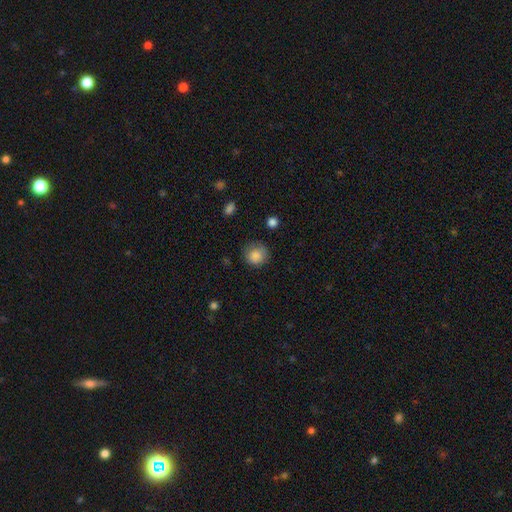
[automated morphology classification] This appears to be a smooth galaxy with no disk features (86%) that is round (88%). Merging: none (77%).